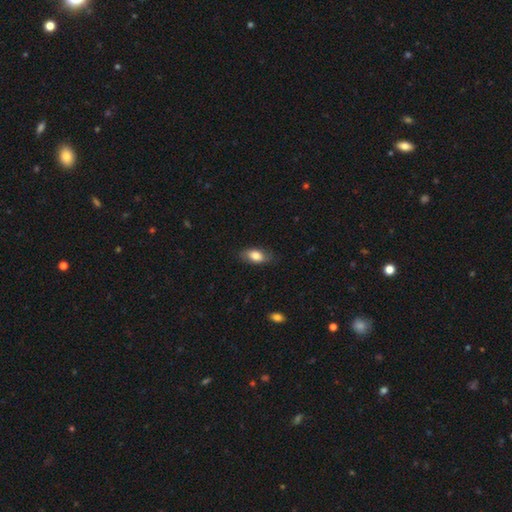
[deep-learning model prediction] Smooth or featured: smooth — 79% (featured or disk — 15%)
How rounded: in between — 89% (round — 6%)
Merging: none — 78% (minor disturbance — 17%)